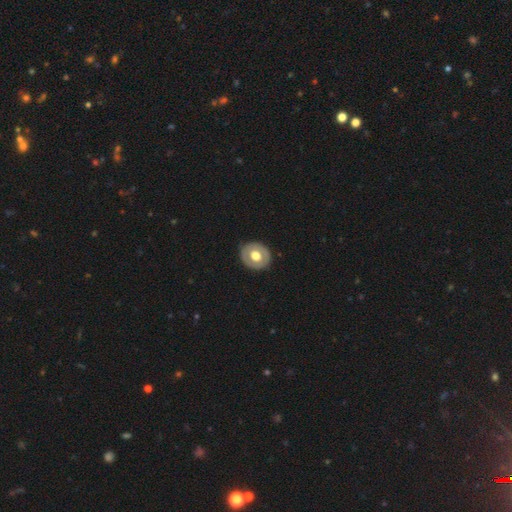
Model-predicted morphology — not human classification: A smooth galaxy with no disk features (52%) that is round (73%). Merging: none (88%).